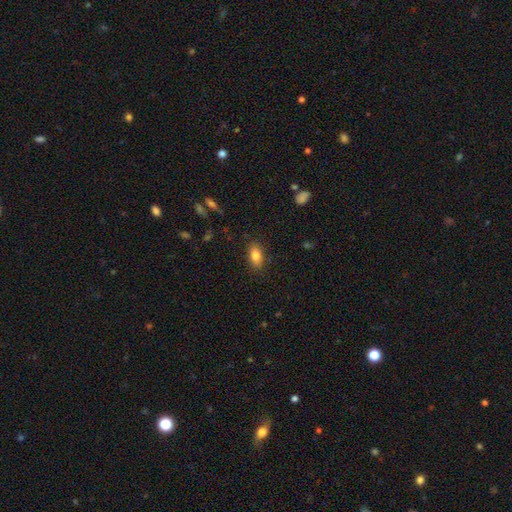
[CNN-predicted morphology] Smooth or featured? smooth (82%)
How rounded? in between (88%)
Merging? none (87%)